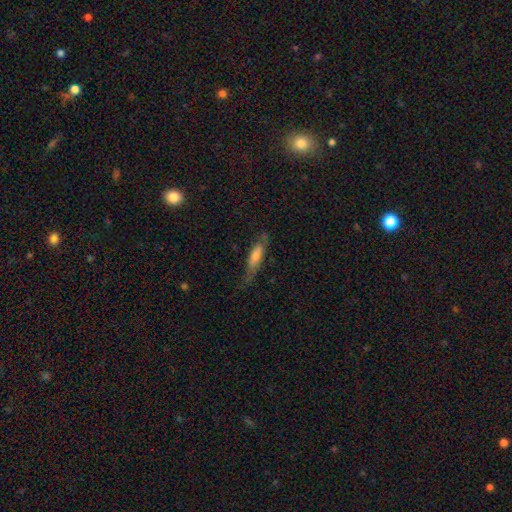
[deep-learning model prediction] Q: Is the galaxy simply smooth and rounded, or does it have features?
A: smooth — 53%.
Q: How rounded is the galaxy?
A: cigar-shaped — 70%.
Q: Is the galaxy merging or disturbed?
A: none — 59%.